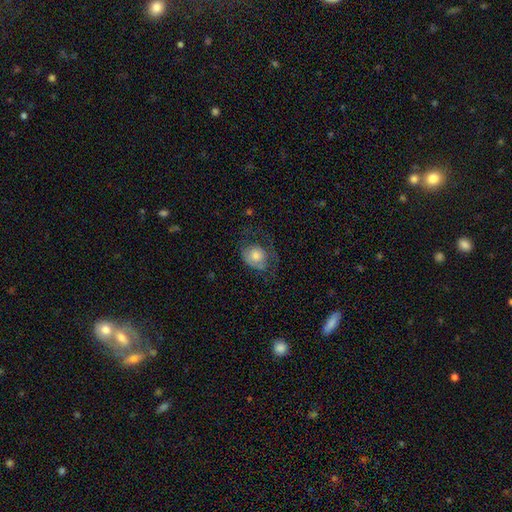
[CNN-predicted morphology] Smooth or featured?
  - smooth: 58% *
  - featured or disk: 34%
  - star or artifact: 8%
How rounded?
  - round: 60% *
  - in between: 39%
  - cigar-shaped: 1%
Merging?
  - none: 42% *
  - major disturbance: 33%
  - minor disturbance: 23%
  - merger: 2%